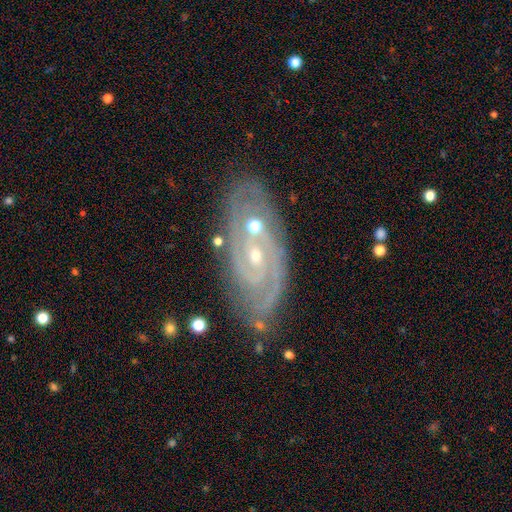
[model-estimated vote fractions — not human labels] Smooth or featured? featured or disk (89%)
Edge-on disk? no (95%)
Bar? no (60%)
Spiral arms? yes (97%)
Spiral winding? tight (72%)
Spiral arm count? 2 (60%)
Bulge size? small (63%)
Merging? none (73%)